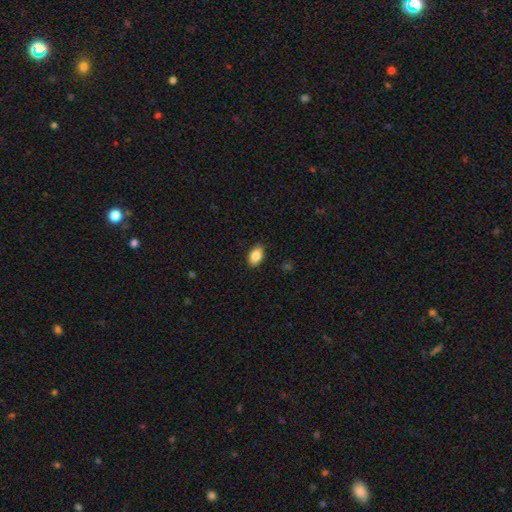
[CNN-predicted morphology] Smooth or featured? Predicted: smooth (p=0.87). How rounded? Predicted: in between (p=0.92). Merging? Predicted: none (p=0.89).